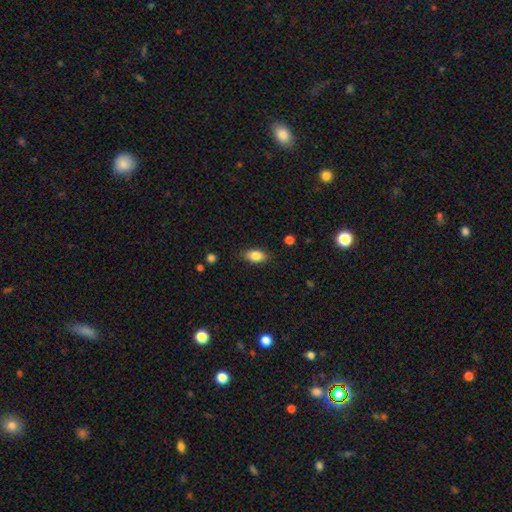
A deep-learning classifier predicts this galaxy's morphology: A smooth galaxy with no disk features (84%) that is in between round and cigar-shaped (88%).

Vote fractions:
- Smooth or featured? smooth: 84% / featured or disk: 8% / star or artifact: 8%
- How rounded? in between: 88% / round: 8% / cigar-shaped: 4%
- Merging? none: 85% / minor disturbance: 11% / major disturbance: 3% / merger: 1%